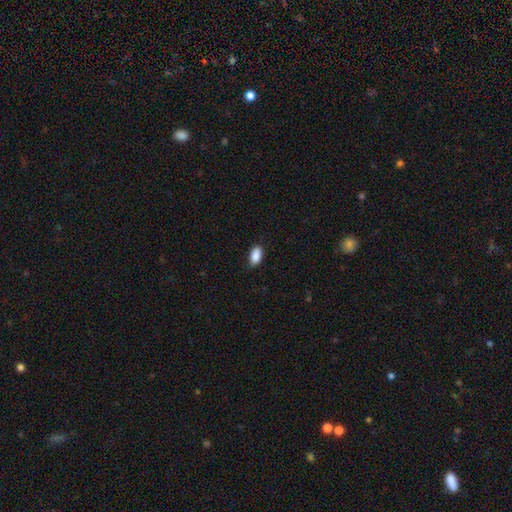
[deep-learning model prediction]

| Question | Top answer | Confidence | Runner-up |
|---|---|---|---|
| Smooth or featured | smooth | 89% | star or artifact (7%) |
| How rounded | in between | 93% | cigar-shaped (4%) |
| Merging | none | 85% | minor disturbance (12%) |